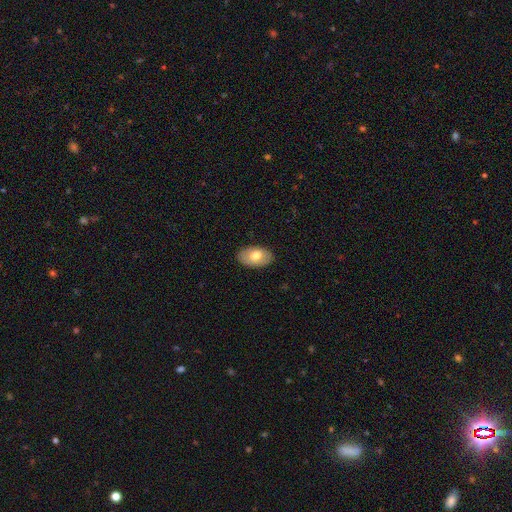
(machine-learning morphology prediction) smooth 71%, featured or disk 23%, star or artifact 6%. Down the decision tree: how rounded — in between (93%); merging — none (87%).